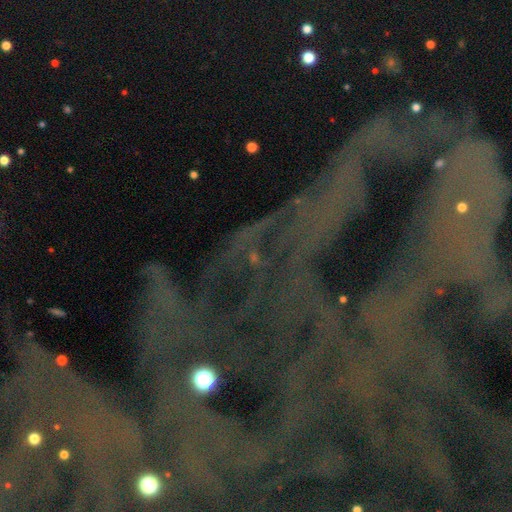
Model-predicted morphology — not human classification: This appears to be a star or artifact, not a galaxy (80%).